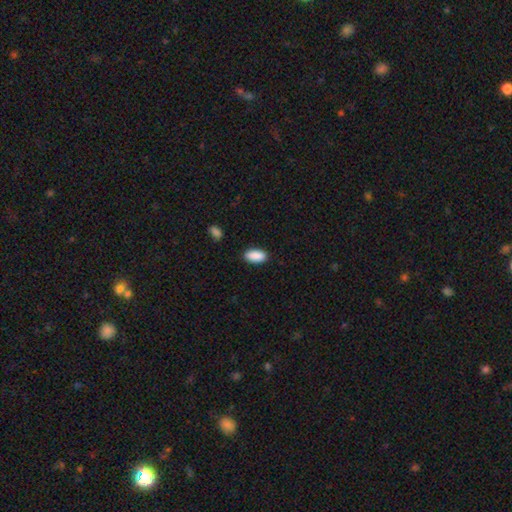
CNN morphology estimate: This is clearly a smooth galaxy (90%). How rounded: clearly in between (91%). Merging: clearly none (87%).